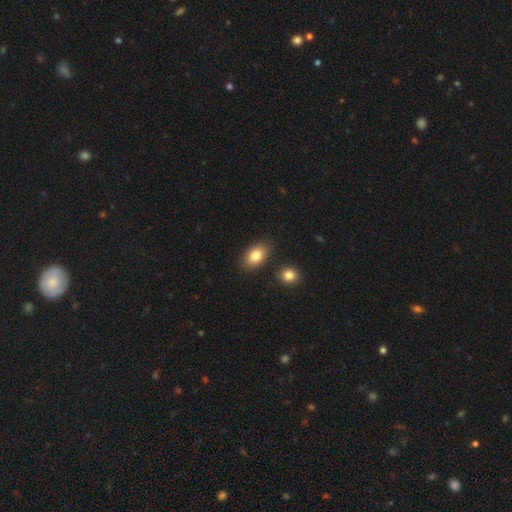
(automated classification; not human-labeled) A smooth galaxy with no disk features (83%) that is in between round and cigar-shaped (89%). Merging: none (83%).